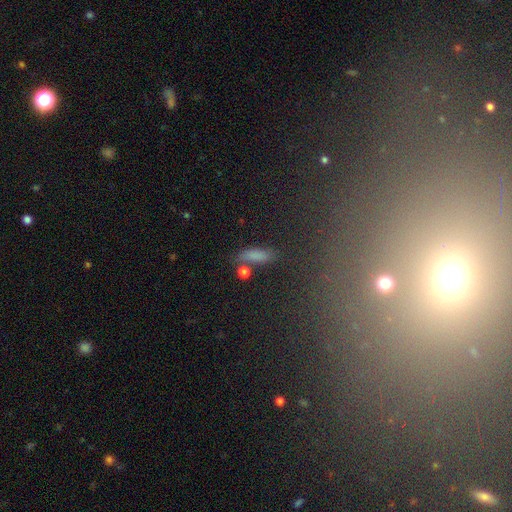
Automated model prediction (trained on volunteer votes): Smooth or featured: smooth — 77% (star or artifact — 13%)
How rounded: cigar-shaped — 50% (in between — 45%)
Merging: none — 65% (minor disturbance — 17%)